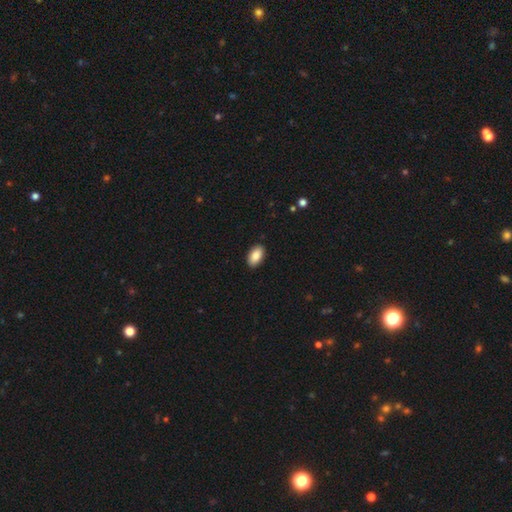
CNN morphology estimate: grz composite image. It shows a smooth galaxy with no disk features (88%) that is in between round and cigar-shaped (94%). Merging: none (90%).